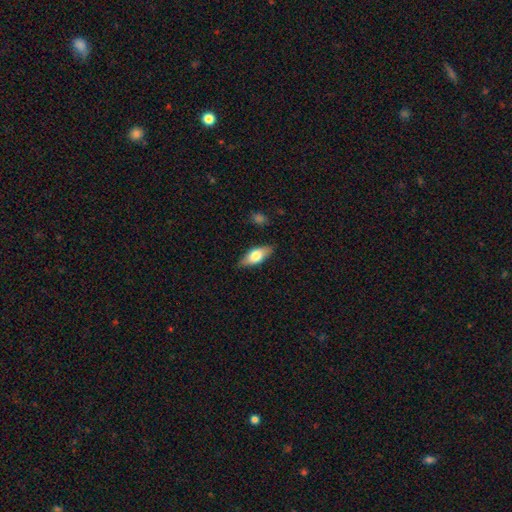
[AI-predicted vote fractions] A smooth galaxy with no disk features (64%) that is in between round and cigar-shaped (76%).

Vote fractions:
- Smooth or featured? smooth: 64% / featured or disk: 30% / star or artifact: 6%
- How rounded? in between: 76% / cigar-shaped: 20% / round: 3%
- Merging? none: 84% / minor disturbance: 12% / major disturbance: 2% / merger: 1%